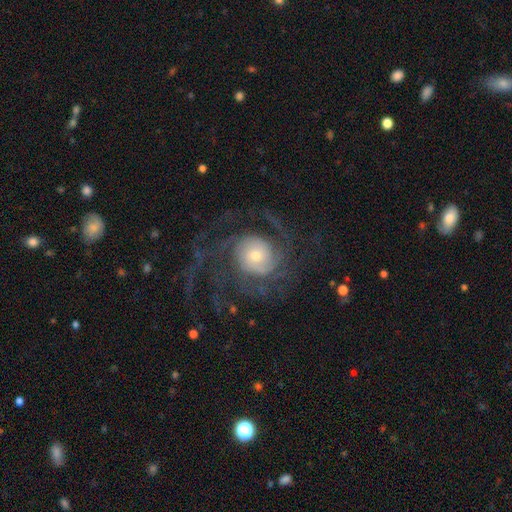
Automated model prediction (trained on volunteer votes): Q: Smooth or featured?
A: featured or disk (83%); runner-up: smooth (10%)
Q: Edge-on disk?
A: no (98%); runner-up: yes (2%)
Q: Bar?
A: no (73%); runner-up: weak (22%)
Q: Spiral arms?
A: yes (95%); runner-up: no (5%)
Q: Spiral winding?
A: medium (38%); runner-up: tight (37%)
Q: Spiral arm count?
A: 2 (34%); runner-up: can't tell (22%)
Q: Bulge size?
A: small (45%); runner-up: moderate (41%)
Q: Merging?
A: none (62%); runner-up: major disturbance (24%)